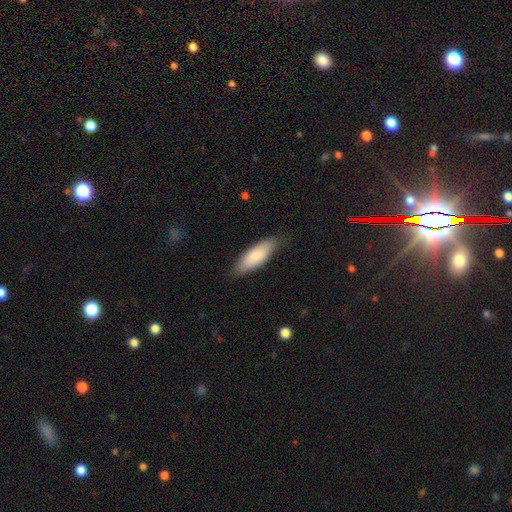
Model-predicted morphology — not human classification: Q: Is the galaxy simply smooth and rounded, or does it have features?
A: smooth — 79%.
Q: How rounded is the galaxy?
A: in between — 64%.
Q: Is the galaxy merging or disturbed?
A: none — 79%.